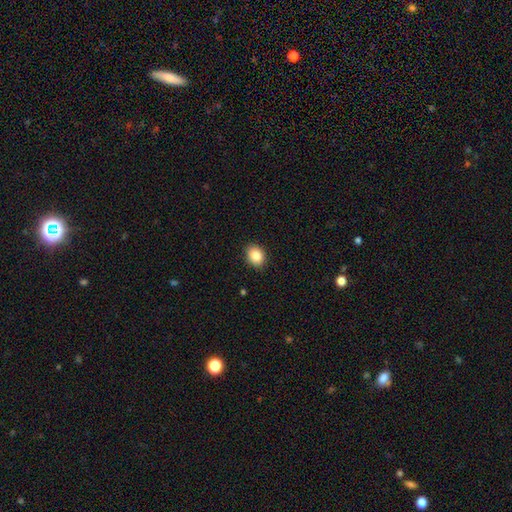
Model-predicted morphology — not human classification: smooth-or-featured: smooth: 87% | star or artifact: 8% | featured or disk: 4%
  how-rounded: in between: 60% | round: 39% | cigar-shaped: 1%
  merging: none: 89% | minor disturbance: 8% | major disturbance: 2% | merger: 1%